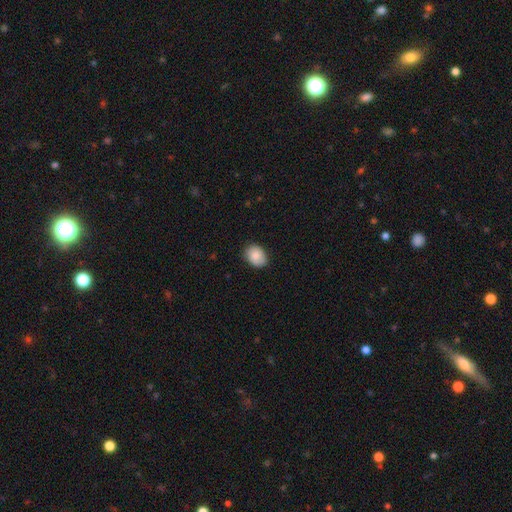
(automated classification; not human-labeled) Smooth or featured? Predicted: smooth (p=0.82). How rounded? Predicted: in between (p=0.58). Merging? Predicted: none (p=0.82).